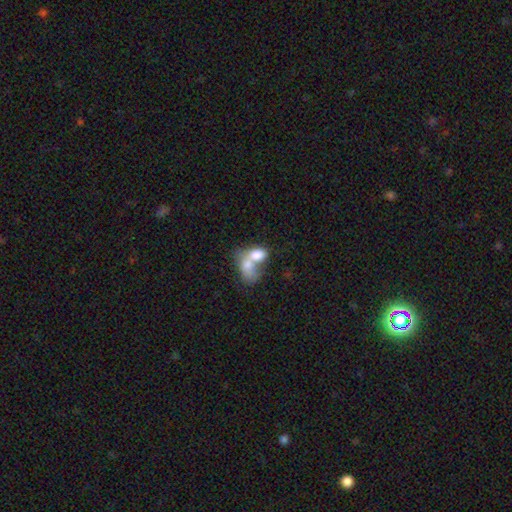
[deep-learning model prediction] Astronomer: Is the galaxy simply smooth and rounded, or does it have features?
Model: smooth — 64%.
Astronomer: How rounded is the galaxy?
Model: in between — 70%.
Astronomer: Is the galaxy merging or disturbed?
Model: merger — 71%.